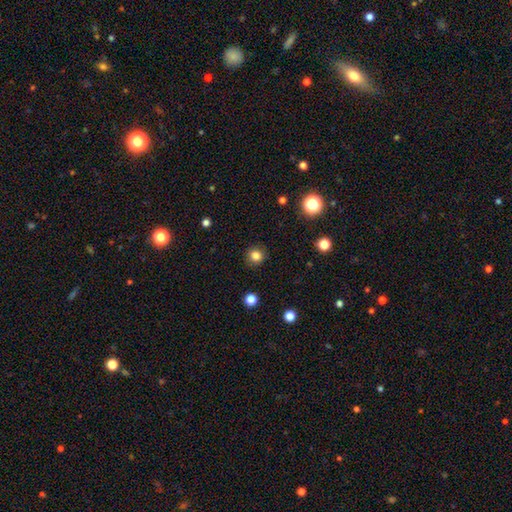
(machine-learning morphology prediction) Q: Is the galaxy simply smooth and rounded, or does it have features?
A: smooth — 82%.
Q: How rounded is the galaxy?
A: round — 91%.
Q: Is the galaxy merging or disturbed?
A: none — 90%.